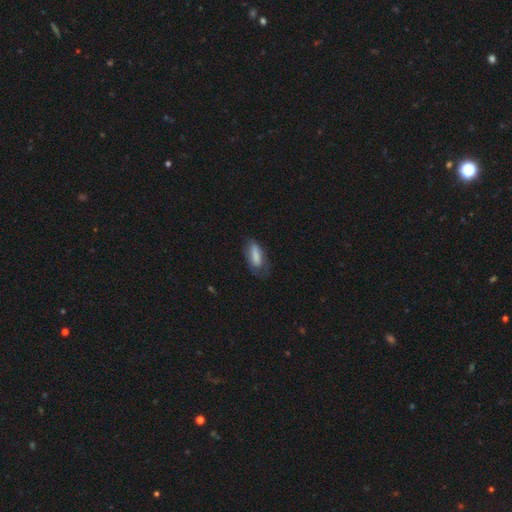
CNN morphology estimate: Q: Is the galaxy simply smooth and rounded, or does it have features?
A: smooth — 72%.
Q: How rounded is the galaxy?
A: in between — 68%.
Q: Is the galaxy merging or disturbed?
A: none — 53%.